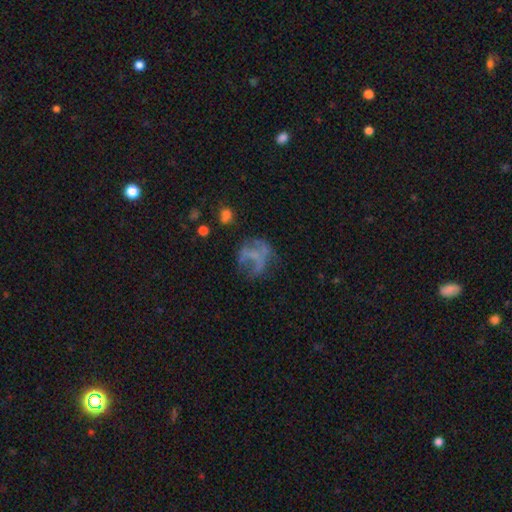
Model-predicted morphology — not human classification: smooth-or-featured: featured or disk: 50% | smooth: 32% | star or artifact: 17%
  disk-edge-on: no: 98% | yes: 2%
  merging: none: 40% | major disturbance: 36% | minor disturbance: 19% | merger: 6%